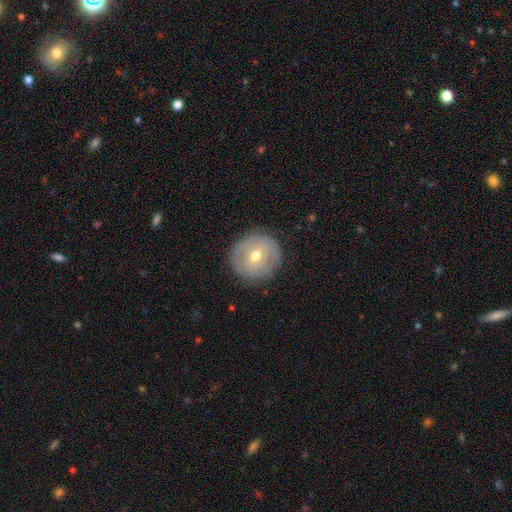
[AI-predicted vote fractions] smooth_or_featured: featured or disk (p=0.55) [alt: smooth p=0.37]
disk_edge_on: no (p=0.95) [alt: yes p=0.05]
bar: no (p=0.56) [alt: weak p=0.33]
has_spiral_arms: yes (p=0.53) [alt: no p=0.47]
bulge_size: moderate (p=0.70) [alt: small p=0.25]
merging: none (p=0.84) [alt: minor disturbance p=0.11]